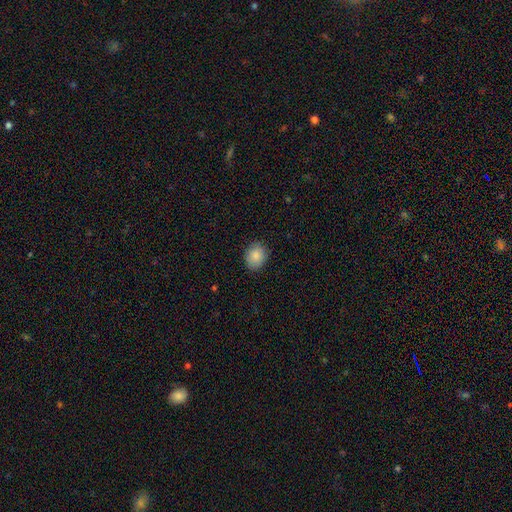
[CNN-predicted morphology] Smooth or featured: smooth — 86% (star or artifact — 8%)
How rounded: round — 50% (in between — 49%)
Merging: none — 85% (minor disturbance — 12%)